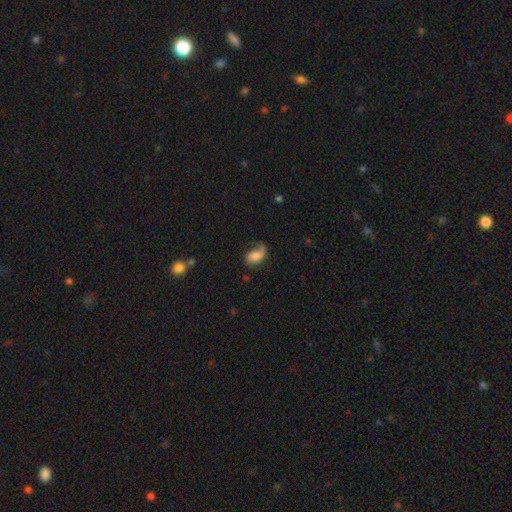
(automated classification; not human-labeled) Q: Smooth or featured?
A: smooth (46%); tied with: featured or disk (46%)
Q: Merging?
A: none (47%); runner-up: minor disturbance (28%)